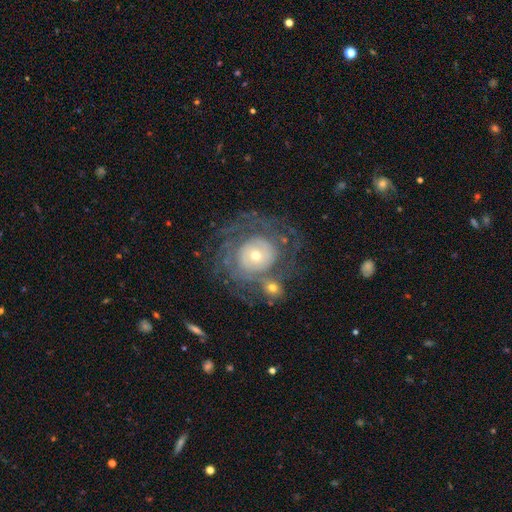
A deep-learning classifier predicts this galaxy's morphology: smooth_or_featured: featured or disk (p=0.73) [alt: smooth p=0.19]
disk_edge_on: no (p=0.96) [alt: yes p=0.04]
bar: no (p=0.80) [alt: weak p=0.15]
has_spiral_arms: yes (p=0.73) [alt: no p=0.27]
spiral_winding: tight (p=0.69) [alt: medium p=0.21]
spiral_arm_count: can't tell (p=0.54) [alt: 2 p=0.16]
bulge_size: small (p=0.50) [alt: moderate p=0.42]
merging: none (p=0.59) [alt: major disturbance p=0.16]